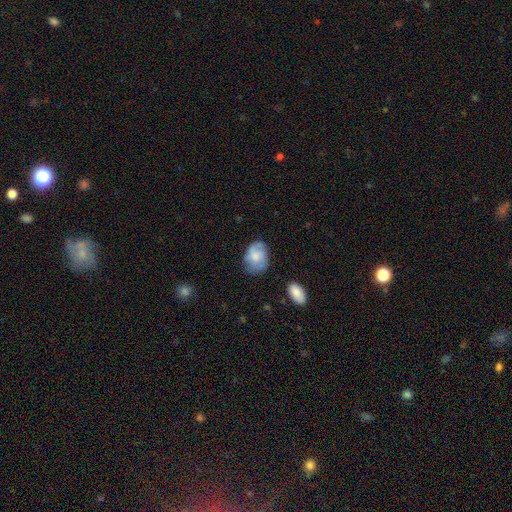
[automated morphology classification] Smooth or featured: smooth — 56% (featured or disk — 37%)
How rounded: in between — 71% (round — 28%)
Merging: none — 64% (minor disturbance — 25%)